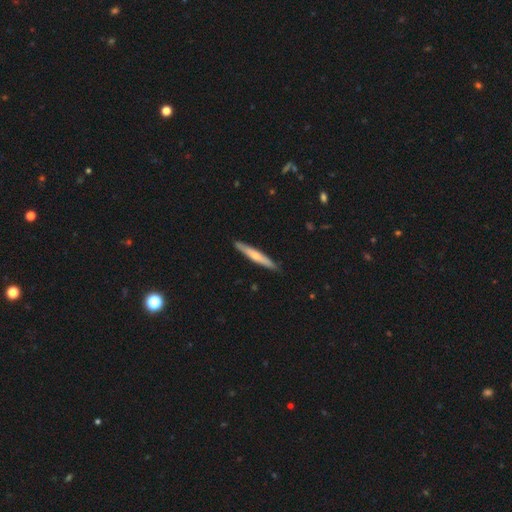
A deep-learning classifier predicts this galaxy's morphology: smooth-or-featured: smooth: 52% | featured or disk: 43% | star or artifact: 5%
  how-rounded: cigar-shaped: 94% | in between: 4% | round: 1%
  merging: none: 90% | minor disturbance: 8% | major disturbance: 1% | merger: 1%